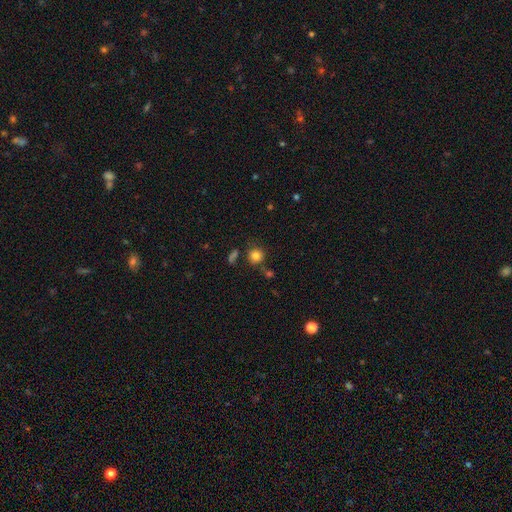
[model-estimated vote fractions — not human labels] Overall: smooth (81%). How rounded: round (89%). Merging: none (75%).